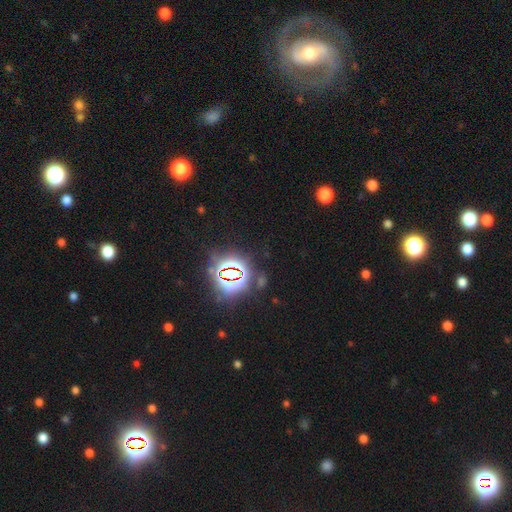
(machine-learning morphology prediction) Smooth or featured: star or artifact — 81% (smooth — 12%)